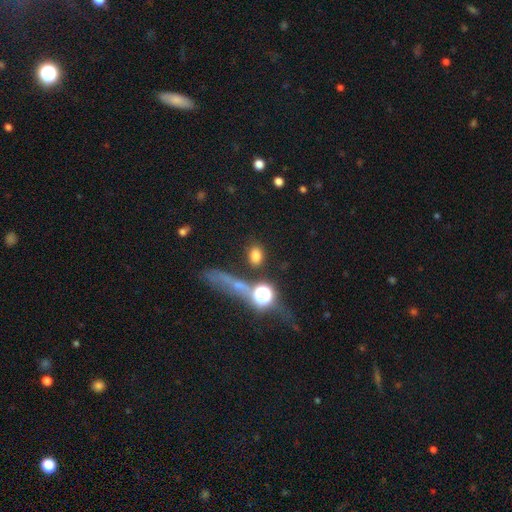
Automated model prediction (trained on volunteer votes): A smooth galaxy with no disk features (75%) that is in between round and cigar-shaped (60%).

Vote fractions:
- Smooth or featured? smooth: 75% / star or artifact: 16% / featured or disk: 9%
- How rounded? in between: 60% / round: 34% / cigar-shaped: 5%
- Merging? none: 79% / minor disturbance: 10% / merger: 6% / major disturbance: 5%